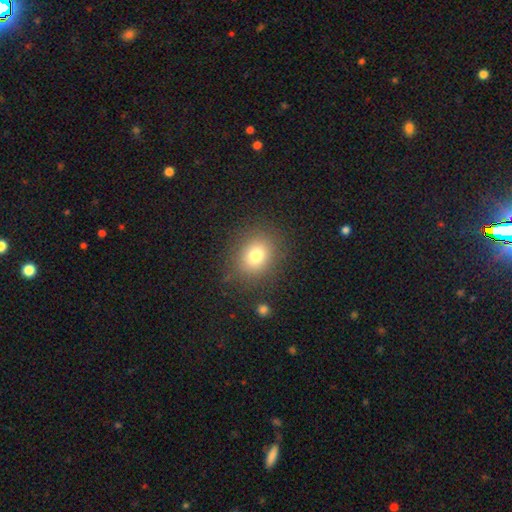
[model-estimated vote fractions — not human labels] Overall: smooth (76%). How rounded: round (62%; in between 37%). Merging: none (85%).